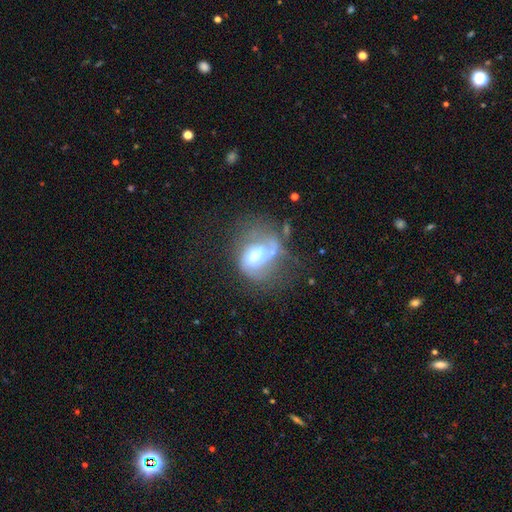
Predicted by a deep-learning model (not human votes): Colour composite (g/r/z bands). It shows a featured or disk galaxy (66%) with no bar (49%), spiral arms (75%) and a moderate central bulge (62%). Merging: major disturbance (34%).